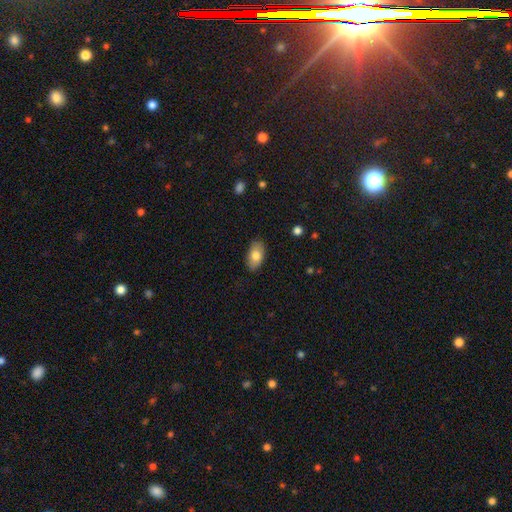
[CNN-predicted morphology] type=smooth (79%); roundness=in between (93%); merging=none (86%).